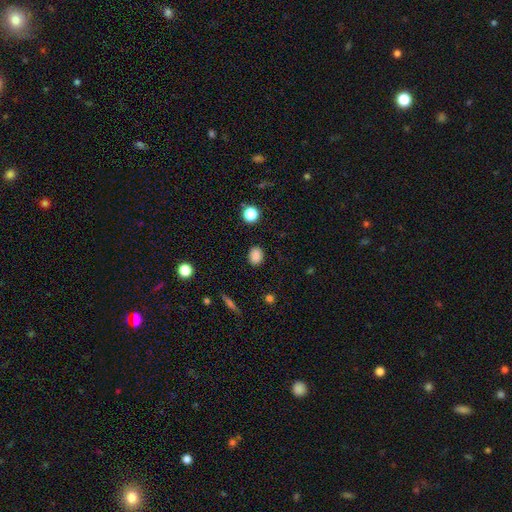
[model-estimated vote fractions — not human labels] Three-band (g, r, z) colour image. It shows a smooth galaxy with no disk features (85%) that is in between round and cigar-shaped (56%). Merging: none (87%).